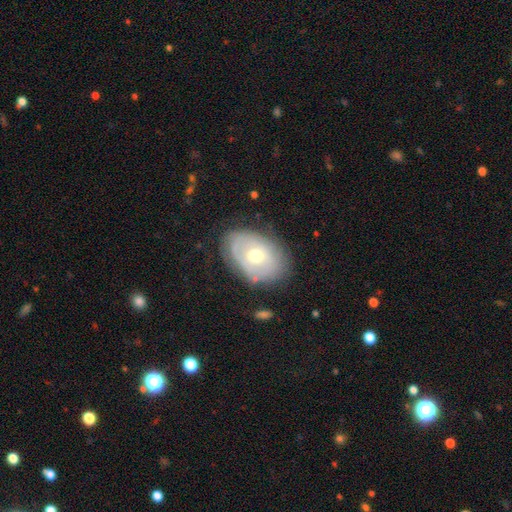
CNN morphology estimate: Smooth or featured? Predicted: featured or disk (p=0.52). Edge-on disk? Predicted: no (p=0.92). Merging? Predicted: none (p=0.71).